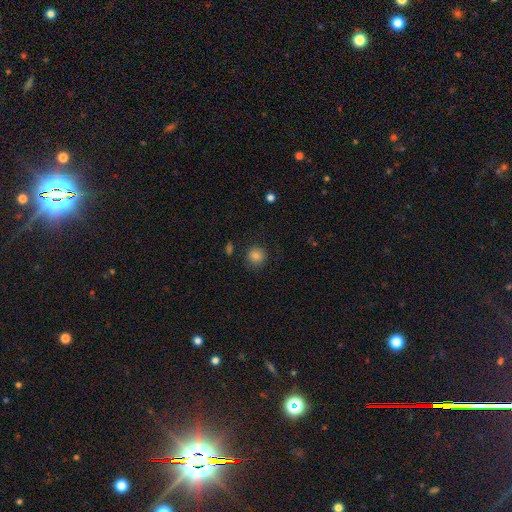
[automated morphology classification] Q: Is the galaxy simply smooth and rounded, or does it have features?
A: smooth — 84%.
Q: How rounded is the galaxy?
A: round — 92%.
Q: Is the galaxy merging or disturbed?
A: none — 87%.